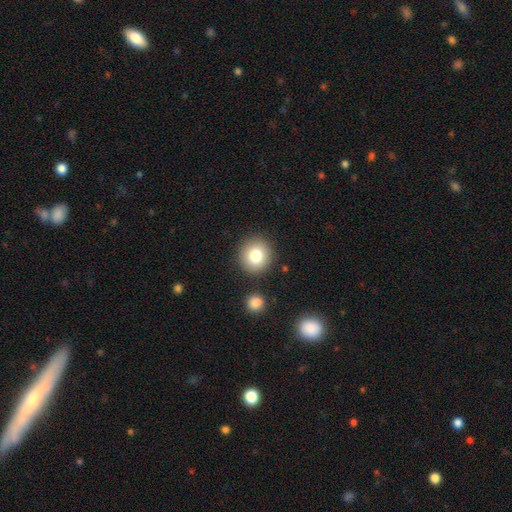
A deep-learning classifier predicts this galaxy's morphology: type=smooth (79%); roundness=round (89%); merging=none (86%).